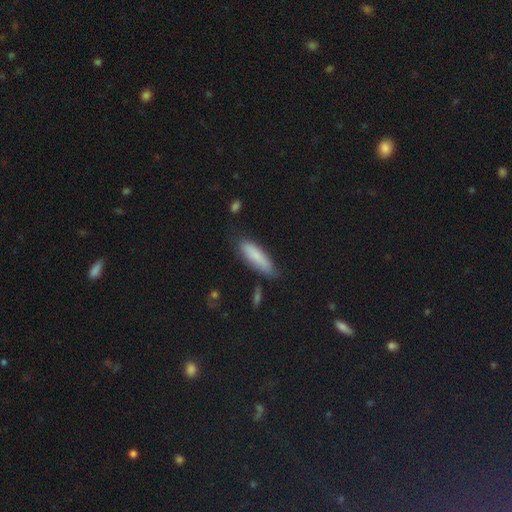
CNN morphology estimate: Smooth or featured: smooth — 81% (featured or disk — 12%)
How rounded: cigar-shaped — 62% (in between — 37%)
Merging: none — 73% (minor disturbance — 20%)